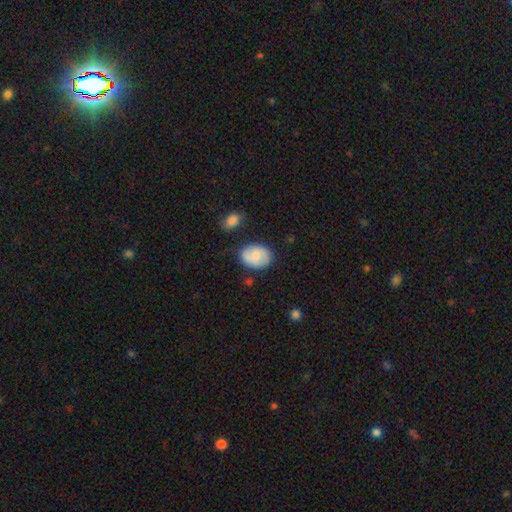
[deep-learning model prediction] This is possibly a smooth galaxy (59%). How rounded: likely in between (65%). Merging: likely none (73%).